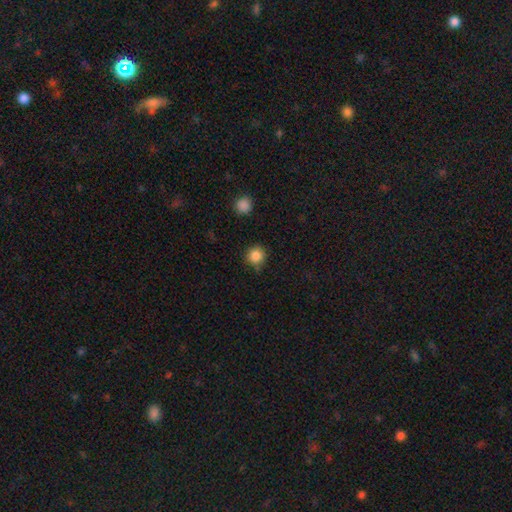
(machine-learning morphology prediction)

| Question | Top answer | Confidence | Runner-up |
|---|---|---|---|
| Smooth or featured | smooth | 86% | star or artifact (10%) |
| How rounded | round | 94% | in between (5%) |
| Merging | none | 82% | minor disturbance (12%) |